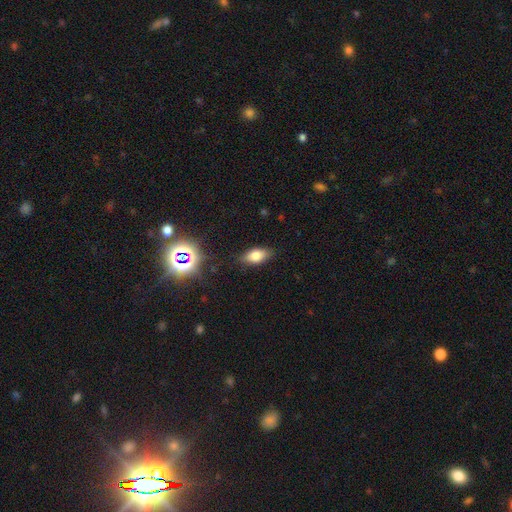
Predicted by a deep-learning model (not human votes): Q: Smooth or featured?
A: smooth (74%); runner-up: featured or disk (14%)
Q: How rounded?
A: in between (84%); runner-up: cigar-shaped (9%)
Q: Merging?
A: none (83%); runner-up: minor disturbance (13%)